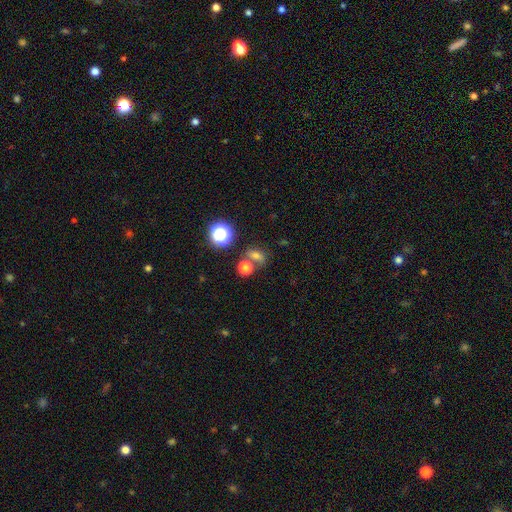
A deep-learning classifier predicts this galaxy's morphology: A smooth galaxy with no disk features (63%) that is in between round and cigar-shaped (55%).

Vote fractions:
- Smooth or featured? smooth: 63% / star or artifact: 24% / featured or disk: 13%
- How rounded? in between: 55% / round: 41% / cigar-shaped: 4%
- Merging? none: 56% / merger: 25% / minor disturbance: 13% / major disturbance: 6%